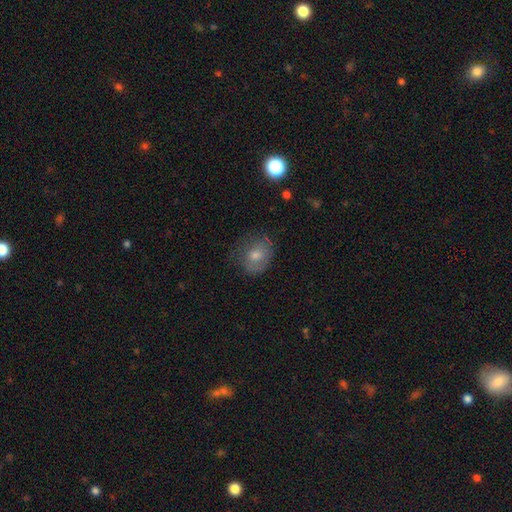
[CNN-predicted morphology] smooth_or_featured: smooth (p=0.59) [alt: featured or disk p=0.28]
how_rounded: round (p=0.58) [alt: in between p=0.41]
merging: none (p=0.68) [alt: minor disturbance p=0.21]